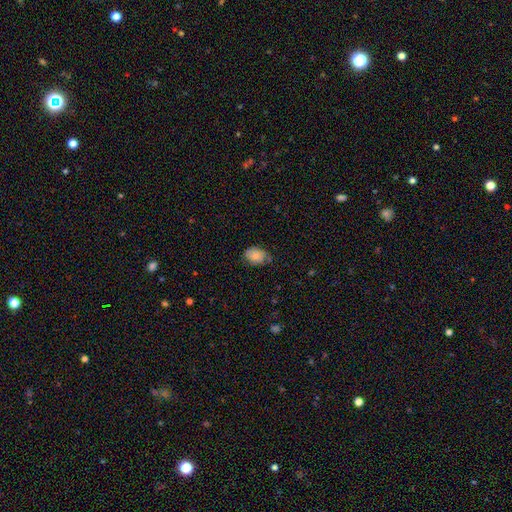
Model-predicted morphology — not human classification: This is likely a smooth galaxy (75%). How rounded: likely in between (72%). Merging: likely none (67%).